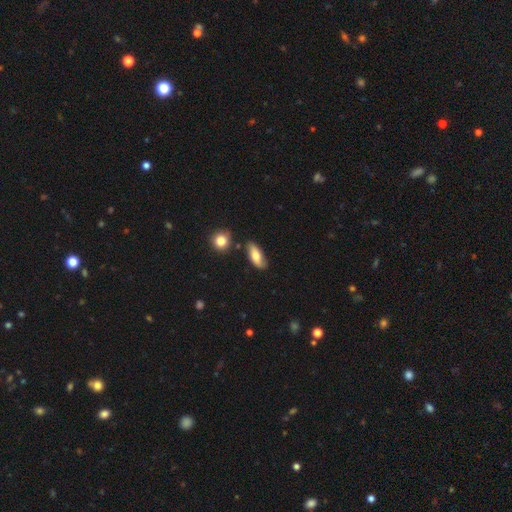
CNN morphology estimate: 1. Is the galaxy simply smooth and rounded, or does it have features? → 69% smooth, 24% featured or disk, 7% star or artifact.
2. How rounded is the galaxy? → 82% in between, 15% cigar-shaped, 4% round.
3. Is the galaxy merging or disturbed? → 74% none, 18% minor disturbance, 5% merger, 4% major disturbance.